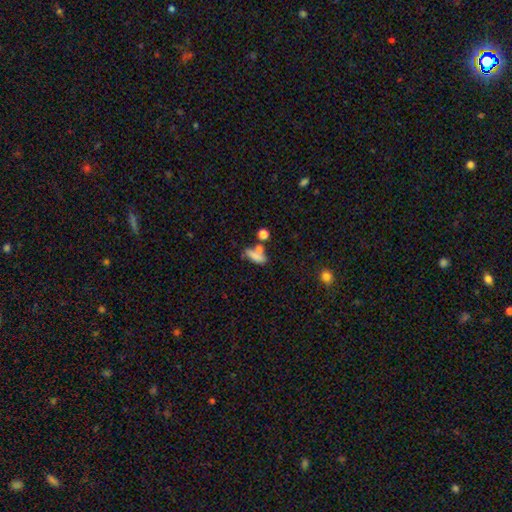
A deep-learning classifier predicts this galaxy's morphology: A smooth galaxy with no disk features (71%) that is in between round and cigar-shaped (59%).

Vote fractions:
- Smooth or featured? smooth: 71% / featured or disk: 18% / star or artifact: 12%
- How rounded? in between: 59% / cigar-shaped: 33% / round: 8%
- Merging? none: 39% / merger: 34% / minor disturbance: 17% / major disturbance: 10%